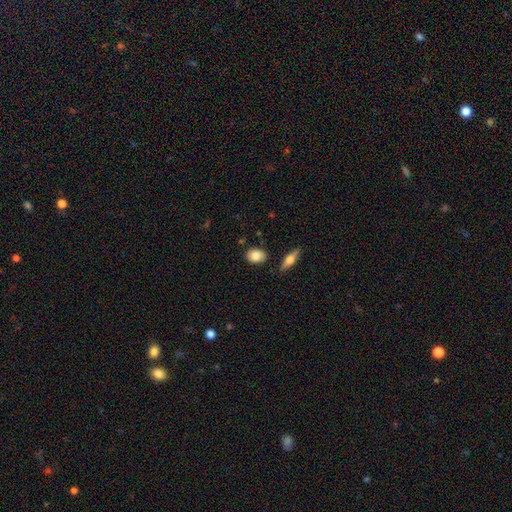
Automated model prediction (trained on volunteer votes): This appears to be a smooth galaxy with no disk features (84%) that is in between round and cigar-shaped (72%). Merging: none (83%).